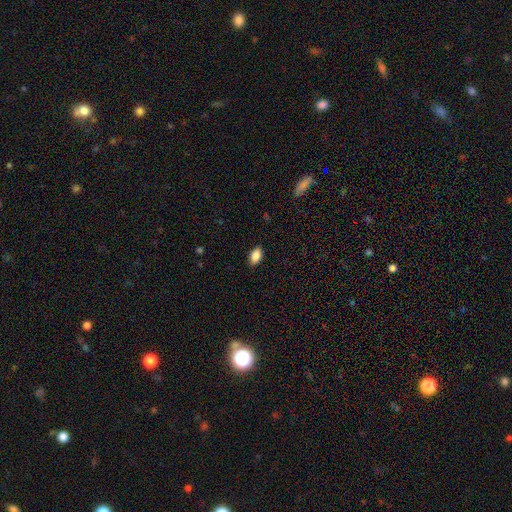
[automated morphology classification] A smooth galaxy with no disk features (87%) that is in between round and cigar-shaped (91%). Merging: none (88%).